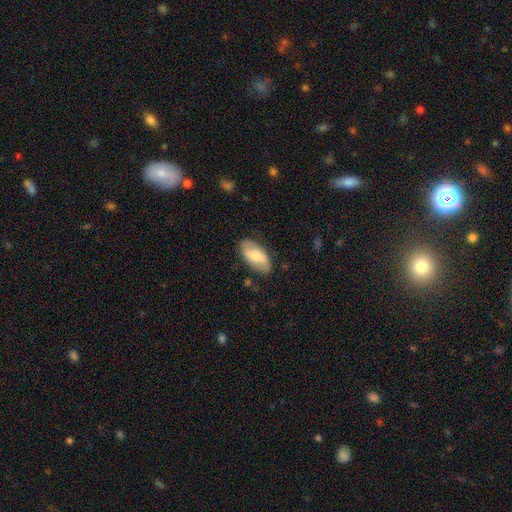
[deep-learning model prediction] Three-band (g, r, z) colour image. It shows a smooth galaxy with no disk features (61%) that is in between round and cigar-shaped (92%). Merging: none (81%).